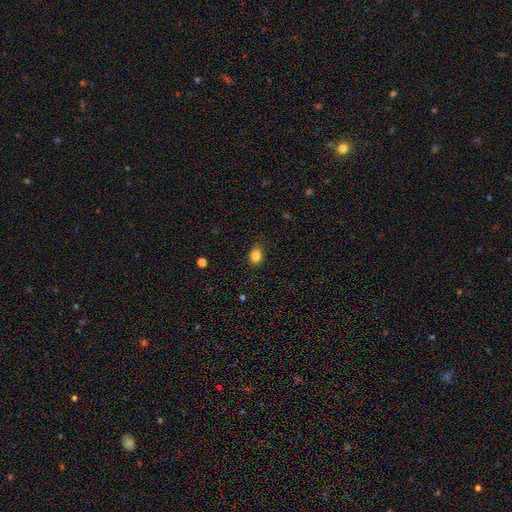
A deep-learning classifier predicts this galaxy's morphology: The model was most divided on "how rounded": in between: 69%, round: 30%, cigar-shaped: 1%. More confident: smooth or featured — smooth (85%); merging — none (83%).